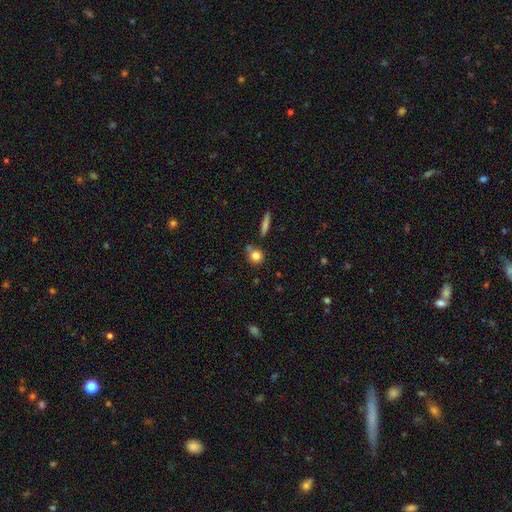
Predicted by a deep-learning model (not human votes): smooth 80%, featured or disk 10%, star or artifact 10%. Down the decision tree: how rounded — round (87%); merging — none (71%).